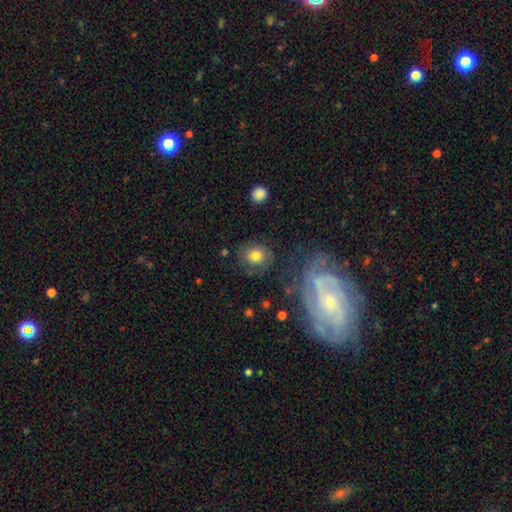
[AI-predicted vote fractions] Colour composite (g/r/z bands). It shows a smooth galaxy with no disk features (70%) that is round (69%). Merging: none (76%).